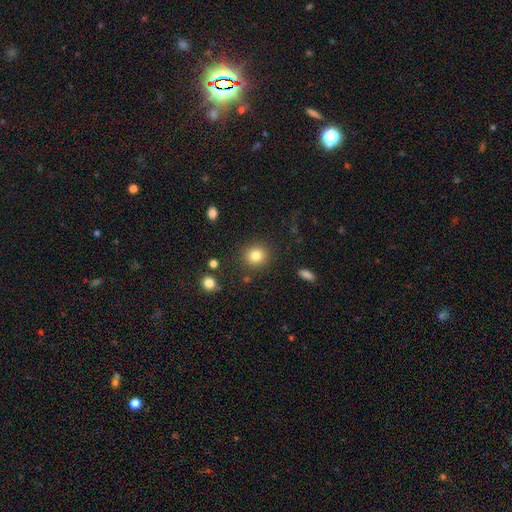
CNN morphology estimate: A smooth galaxy with no disk features (82%) that is round (87%).

Vote fractions:
- Smooth or featured? smooth: 82% / star or artifact: 11% / featured or disk: 7%
- How rounded? round: 87% / in between: 12% / cigar-shaped: 1%
- Merging? none: 88% / minor disturbance: 7% / major disturbance: 3% / merger: 2%